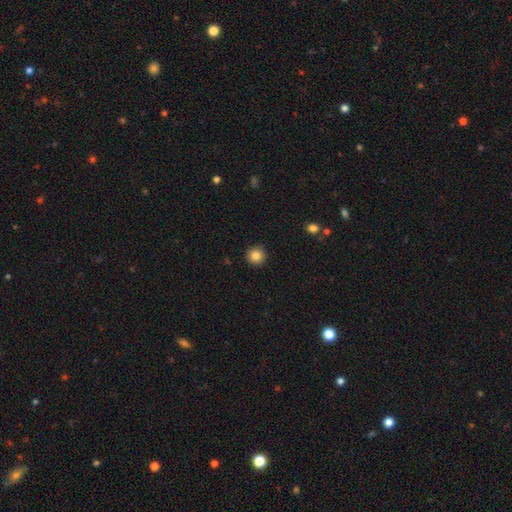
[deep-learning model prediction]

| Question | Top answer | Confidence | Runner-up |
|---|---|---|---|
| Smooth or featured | smooth | 84% | star or artifact (10%) |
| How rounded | round | 95% | in between (4%) |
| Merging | none | 91% | minor disturbance (6%) |